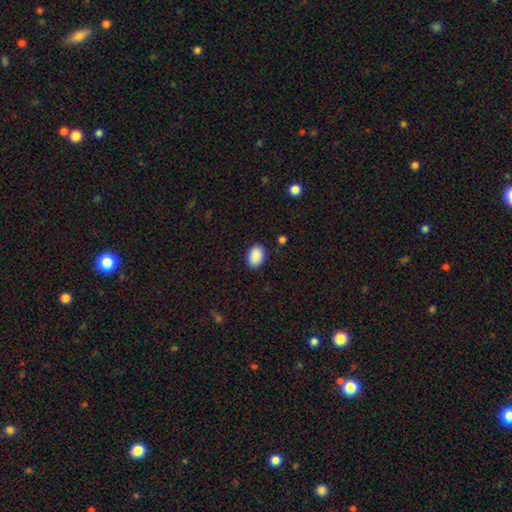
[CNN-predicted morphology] Overall: smooth (90%). How rounded: in between (77%). Merging: none (88%).